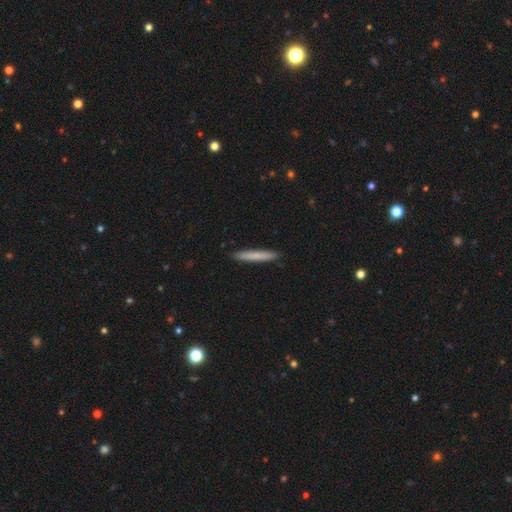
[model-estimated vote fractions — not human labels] Smooth or featured: smooth — 77% (featured or disk — 17%)
How rounded: cigar-shaped — 96% (in between — 3%)
Merging: none — 91% (minor disturbance — 6%)